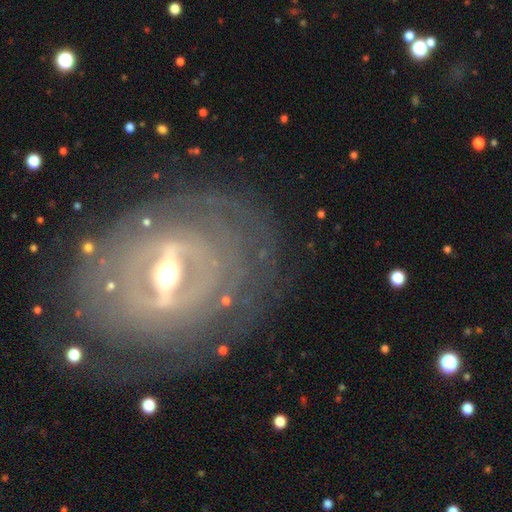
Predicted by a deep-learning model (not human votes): Overall: featured or disk (85%). Edge-on disk: no (86%). Bar: strong (67%). Spiral arms: yes (61%; no 39%). Bulge size: moderate (66%). Merging: none (80%).